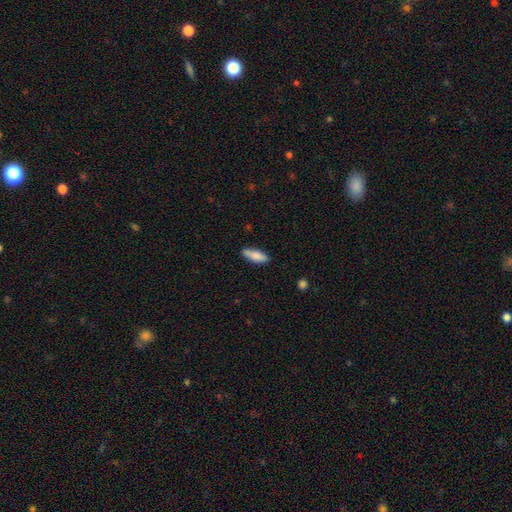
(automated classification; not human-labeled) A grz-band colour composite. It shows a smooth galaxy with no disk features (81%) that is in between round and cigar-shaped (58%). Merging: none (82%).